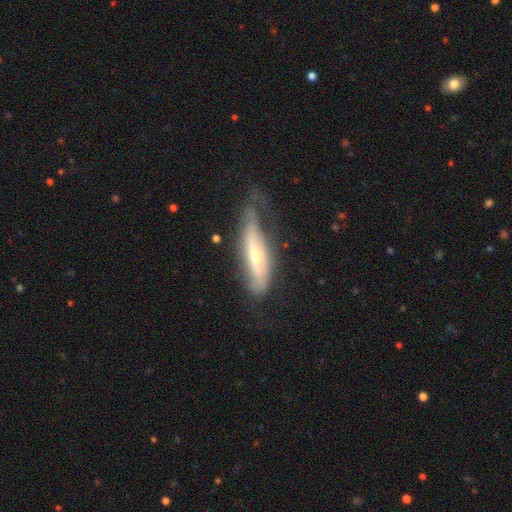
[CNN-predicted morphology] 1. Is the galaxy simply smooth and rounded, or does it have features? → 62% featured or disk, 32% smooth, 6% star or artifact.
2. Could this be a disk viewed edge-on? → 52% yes, 48% no.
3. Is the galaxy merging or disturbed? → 35% none, 32% minor disturbance, 30% major disturbance, 3% merger.